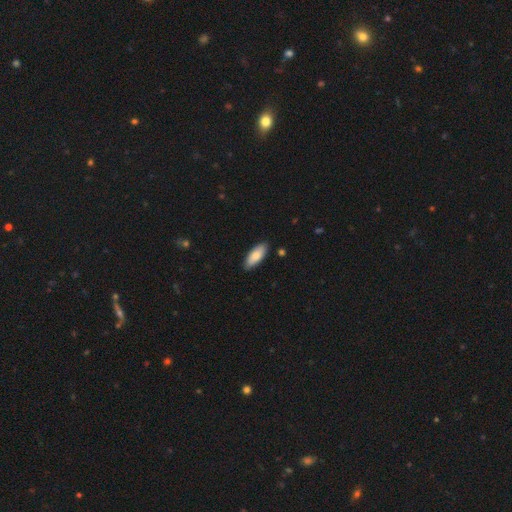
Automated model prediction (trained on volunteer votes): Smooth or featured? Predicted: smooth (p=0.81). How rounded? Predicted: in between (p=0.78). Merging? Predicted: none (p=0.88).